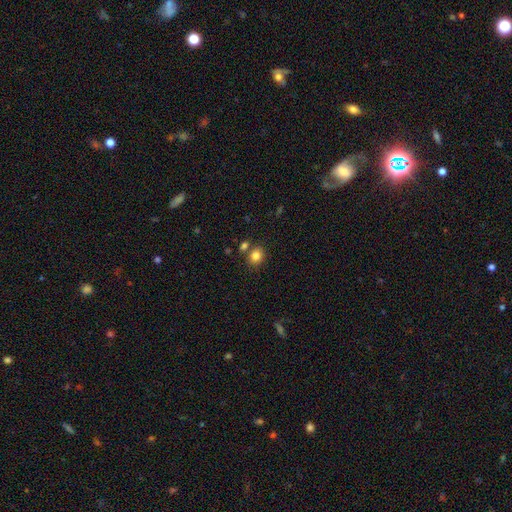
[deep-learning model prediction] Smooth or featured? smooth (83%)
How rounded? round (60%)
Merging? none (72%)